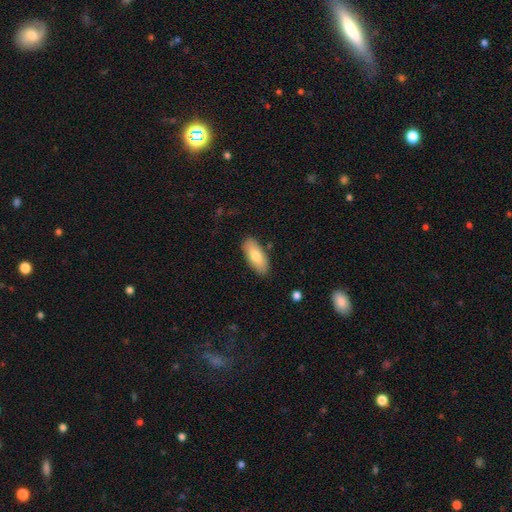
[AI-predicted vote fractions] Overall: smooth (75%). How rounded: in between (84%). Merging: none (86%).